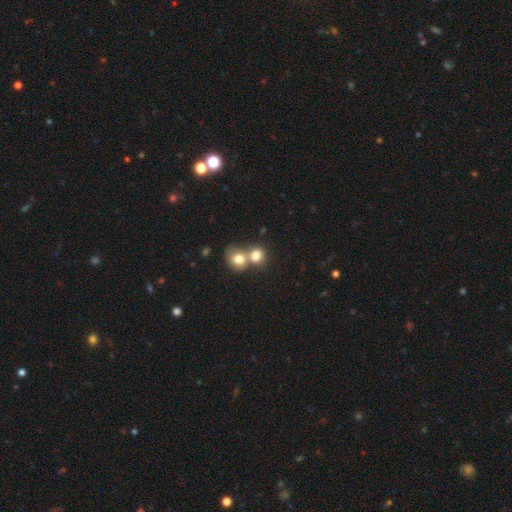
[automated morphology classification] Smooth or featured? smooth (77%)
How rounded? round (69%)
Merging? merger (63%)